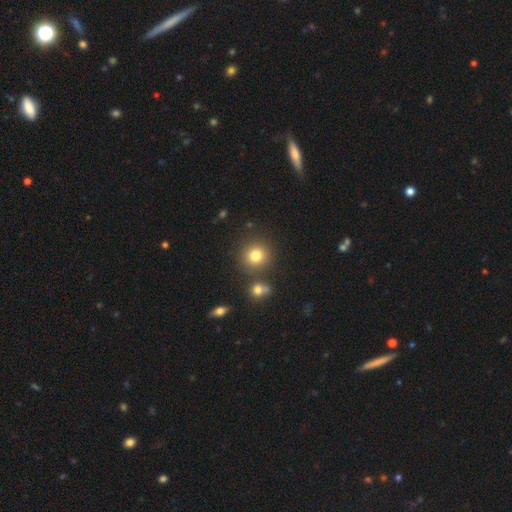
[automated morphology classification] This appears to be a smooth galaxy with no disk features (80%) that is round (91%). Merging: none (79%).